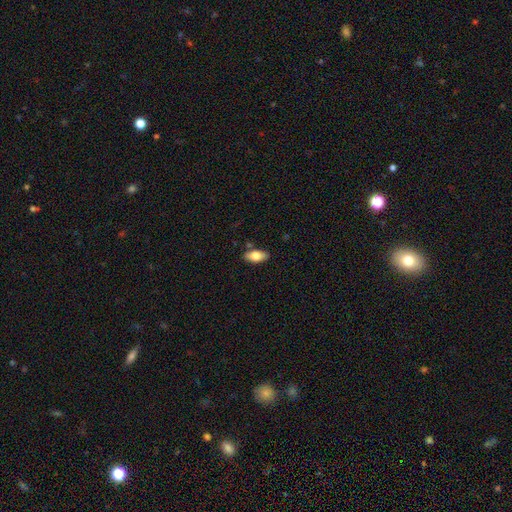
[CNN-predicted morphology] smooth-or-featured: smooth: 78% | featured or disk: 16% | star or artifact: 7%
  how-rounded: in between: 89% | cigar-shaped: 8% | round: 3%
  merging: none: 82% | minor disturbance: 12% | merger: 4% | major disturbance: 2%